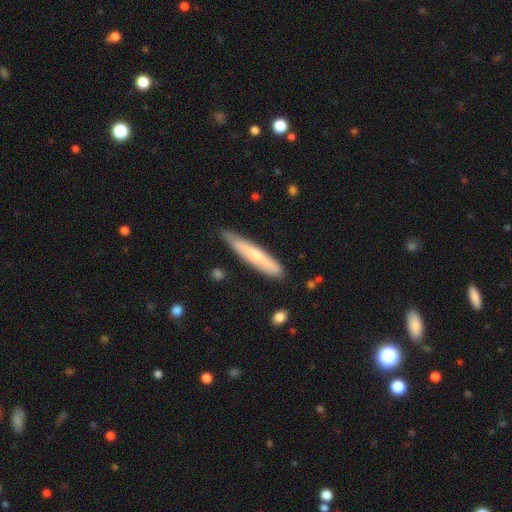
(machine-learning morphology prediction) Smooth or featured?
  - smooth: 60% *
  - featured or disk: 34%
  - star or artifact: 6%
How rounded?
  - cigar-shaped: 92% *
  - in between: 7%
  - round: 1%
Merging?
  - none: 78% *
  - minor disturbance: 17%
  - major disturbance: 2%
  - merger: 2%